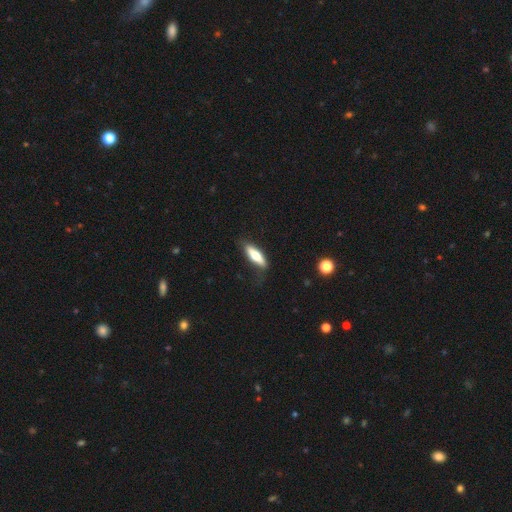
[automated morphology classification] Smooth or featured?
  - smooth: 61% *
  - featured or disk: 34%
  - star or artifact: 6%
How rounded?
  - cigar-shaped: 57% *
  - in between: 40%
  - round: 2%
Merging?
  - none: 72% *
  - minor disturbance: 20%
  - major disturbance: 7%
  - merger: 2%